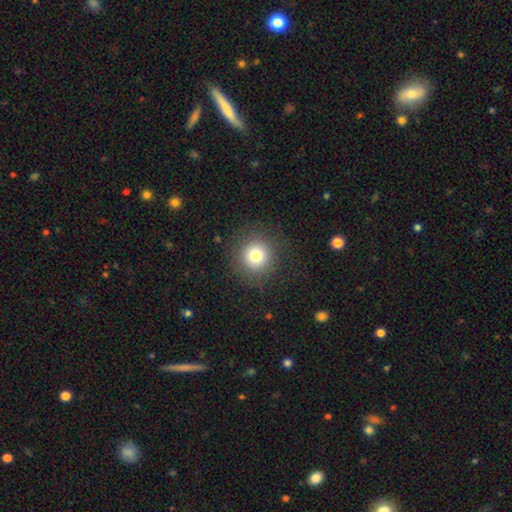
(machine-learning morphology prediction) Smooth or featured? smooth (77%)
How rounded? round (95%)
Merging? none (88%)